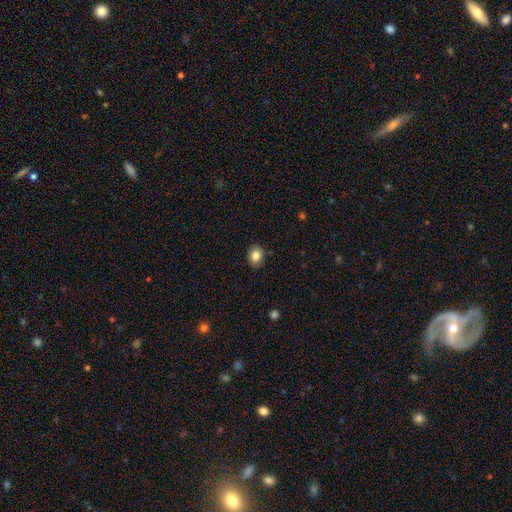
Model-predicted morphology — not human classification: Q: Smooth or featured?
A: smooth (84%); runner-up: star or artifact (9%)
Q: How rounded?
A: in between (60%); runner-up: round (40%)
Q: Merging?
A: none (88%); runner-up: minor disturbance (9%)